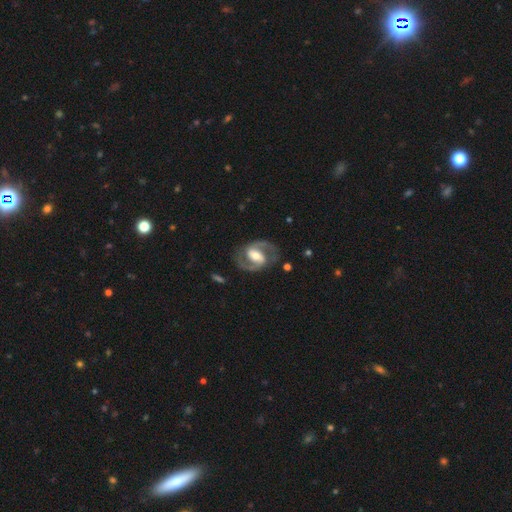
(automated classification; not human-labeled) Smooth or featured? Predicted: featured or disk (p=0.89). Edge-on disk? Predicted: no (p=0.97). Bar? Predicted: strong (p=0.46). Spiral arms? Predicted: yes (p=0.96). Spiral winding? Predicted: medium (p=0.61). Spiral arm count? Predicted: 2 (p=0.93). Bulge size? Predicted: moderate (p=0.61). Merging? Predicted: none (p=0.82).